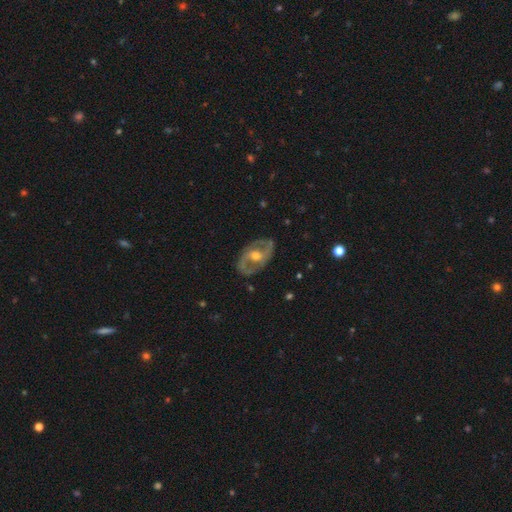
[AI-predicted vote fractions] This is clearly a featured or disk galaxy (83%). It is clearly not viewed edge-on (95%). Bar: marginally no (42%). Spiral arm pattern: clearly yes (82%). Spiral arm count: clearly 2 (87%). Spiral winding: possibly medium (52%). Central bulge: likely moderate (72%). Merging: clearly none (81%).